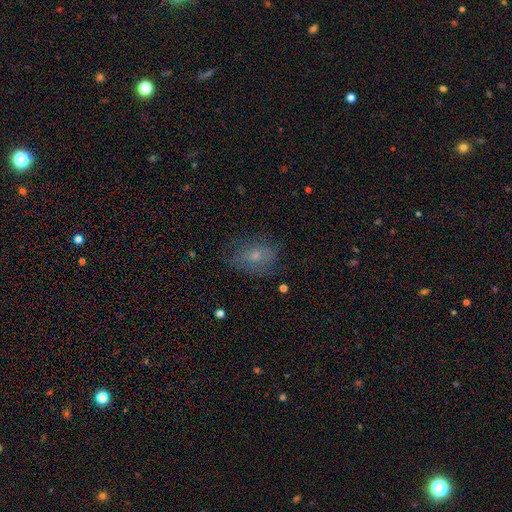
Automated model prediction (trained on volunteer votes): Smooth or featured? smooth (58%)
How rounded? in between (64%)
Merging? none (64%)